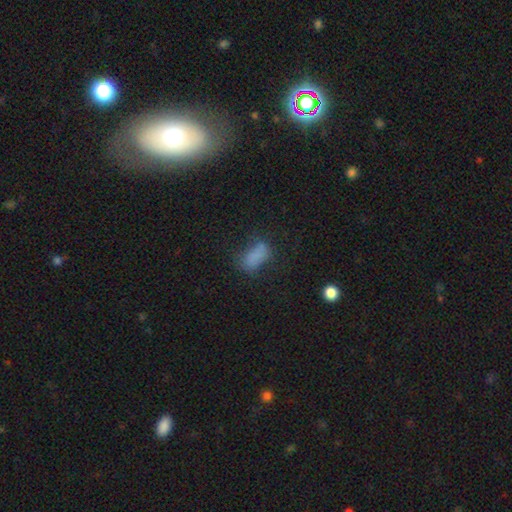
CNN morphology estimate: Smooth or featured?
  - smooth: 74% *
  - star or artifact: 14%
  - featured or disk: 11%
How rounded?
  - in between: 86% *
  - cigar-shaped: 8%
  - round: 6%
Merging?
  - none: 51% *
  - minor disturbance: 26%
  - major disturbance: 17%
  - merger: 6%